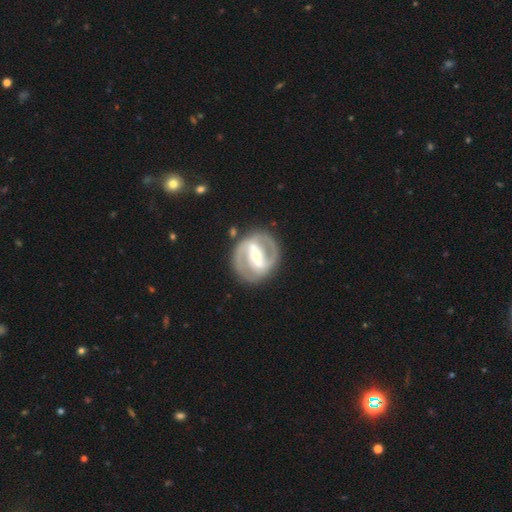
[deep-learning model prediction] Smooth or featured?
  - featured or disk: 86% *
  - smooth: 10%
  - star or artifact: 4%
Edge-on disk?
  - no: 96% *
  - yes: 4%
Bar?
  - strong: 73% *
  - weak: 19%
  - no: 8%
Spiral arms?
  - yes: 84% *
  - no: 16%
Spiral winding?
  - medium: 45% *
  - tight: 42%
  - loose: 12%
Spiral arm count?
  - 2: 89% *
  - can't tell: 5%
  - 1: 2%
  - 3: 2%
  - 4: 1%
  - more than 4: 1%
Bulge size?
  - moderate: 49% *
  - small: 43%
  - large: 5%
  - none: 1%
  - dominant: 1%
Merging?
  - none: 83% *
  - minor disturbance: 10%
  - major disturbance: 5%
  - merger: 2%